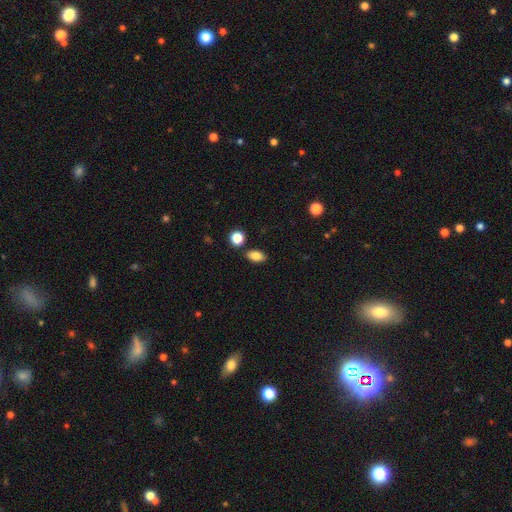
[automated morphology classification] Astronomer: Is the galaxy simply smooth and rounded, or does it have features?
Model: smooth — 83%.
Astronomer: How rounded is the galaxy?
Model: in between — 87%.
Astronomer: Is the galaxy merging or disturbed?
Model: none — 83%.